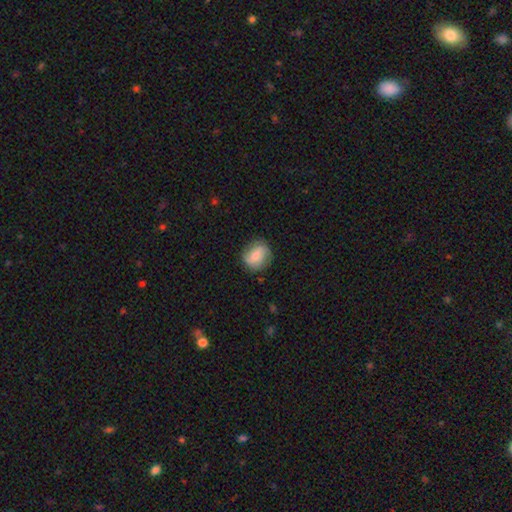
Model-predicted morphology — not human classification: A smooth galaxy with no disk features (51%) that is round (72%). Merging: none (76%).